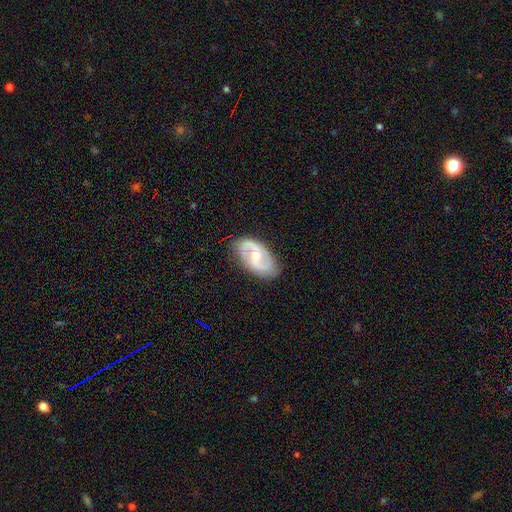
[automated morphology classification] type=featured or disk (84%); edge-on=no (97%); bar=weak (51%); spiral arms=yes (95%); winding=medium (46%); arm count=2 (91%); bulge=small (49%); merging=none (82%).